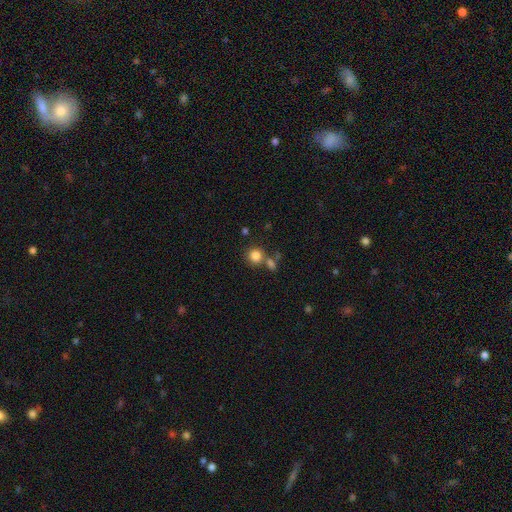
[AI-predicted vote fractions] smooth 83%, star or artifact 11%, featured or disk 6%. Down the decision tree: how rounded — round (89%); merging — none (65%).